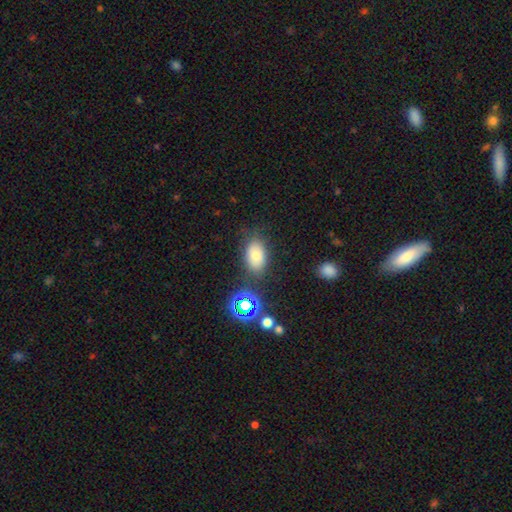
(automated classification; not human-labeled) This appears to be a smooth galaxy with no disk features (72%) that is in between round and cigar-shaped (88%). Merging: none (76%).